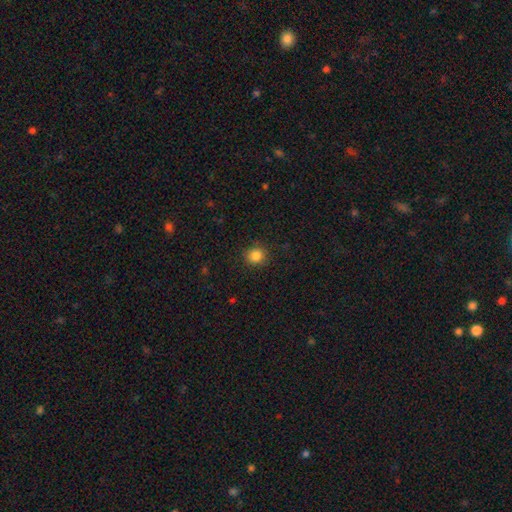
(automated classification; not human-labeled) A smooth galaxy with no disk features (85%) that is round (90%).

Vote fractions:
- Smooth or featured? smooth: 85% / star or artifact: 11% / featured or disk: 4%
- How rounded? round: 90% / in between: 9% / cigar-shaped: 1%
- Merging? none: 90% / minor disturbance: 7% / major disturbance: 2% / merger: 1%